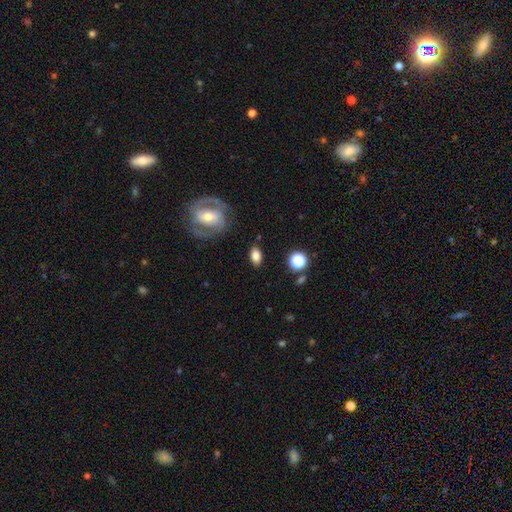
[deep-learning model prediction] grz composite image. It shows a smooth galaxy with no disk features (78%) that is in between round and cigar-shaped (86%). Merging: none (84%).